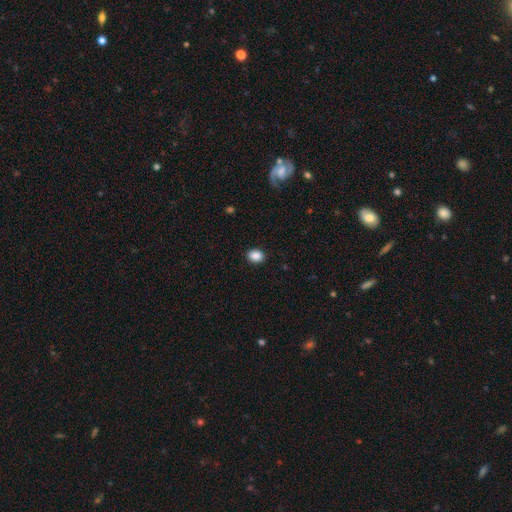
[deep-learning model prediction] The model was most divided on "how rounded": in between: 68%, round: 31%, cigar-shaped: 1%. More confident: merging — none (89%); smooth or featured — smooth (89%).